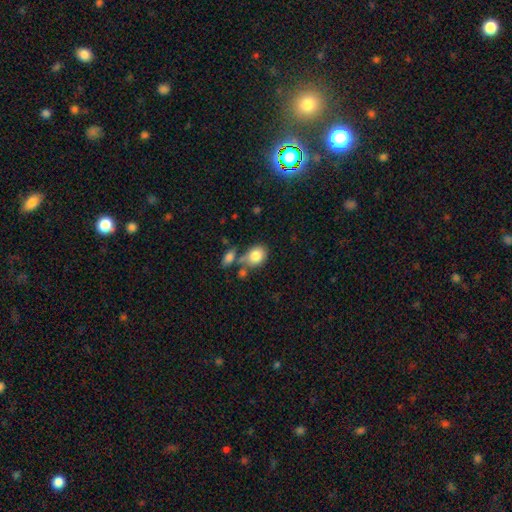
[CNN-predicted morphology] smooth-or-featured: smooth: 82% | featured or disk: 10% | star or artifact: 8%
  how-rounded: in between: 61% | round: 38% | cigar-shaped: 1%
  merging: none: 50% | merger: 26% | minor disturbance: 17% | major disturbance: 7%